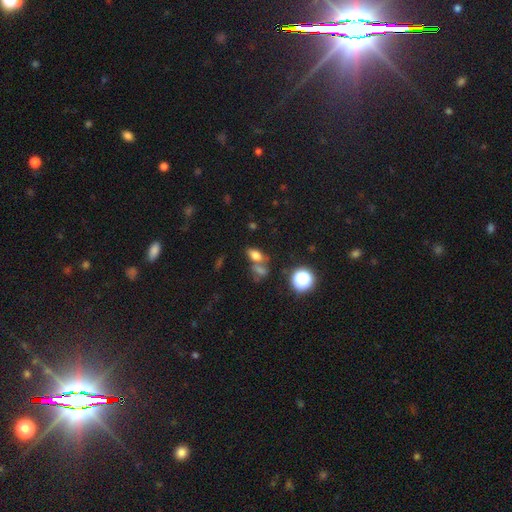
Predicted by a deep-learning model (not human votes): A smooth galaxy with no disk features (72%) that is in between round and cigar-shaped (80%).

Vote fractions:
- Smooth or featured? smooth: 72% / star or artifact: 17% / featured or disk: 11%
- How rounded? in between: 80% / round: 15% / cigar-shaped: 5%
- Merging? none: 52% / merger: 32% / minor disturbance: 11% / major disturbance: 5%